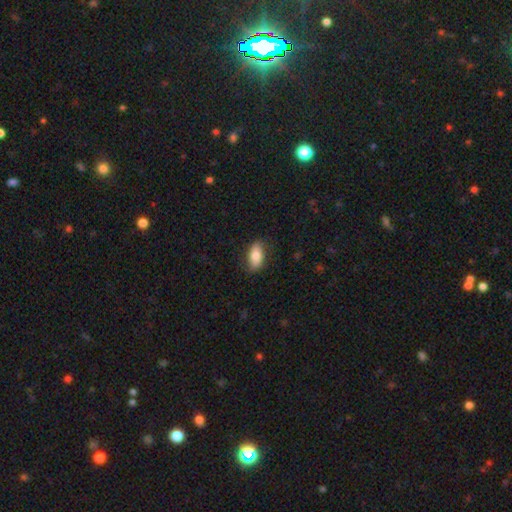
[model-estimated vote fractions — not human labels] Smooth or featured? Predicted: smooth (p=0.80). How rounded? Predicted: in between (p=0.91). Merging? Predicted: none (p=0.79).